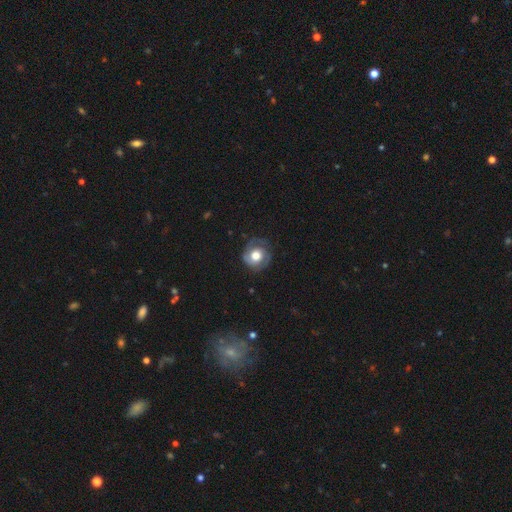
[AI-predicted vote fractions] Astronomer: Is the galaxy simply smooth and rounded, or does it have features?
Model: featured or disk — 57% (runner-up: smooth, 35%).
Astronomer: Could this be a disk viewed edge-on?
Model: no — 97%.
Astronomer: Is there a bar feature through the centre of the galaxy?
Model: no — 77%.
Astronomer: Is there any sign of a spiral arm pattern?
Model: yes — 78%.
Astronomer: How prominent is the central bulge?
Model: large — 49% (runner-up: moderate, 40%).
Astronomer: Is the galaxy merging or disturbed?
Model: none — 73%.